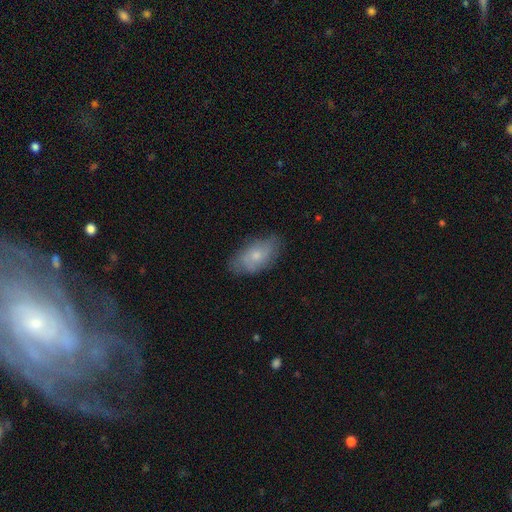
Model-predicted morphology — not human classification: Overall: smooth (49%; featured or disk 44%). Merging: none (71%).